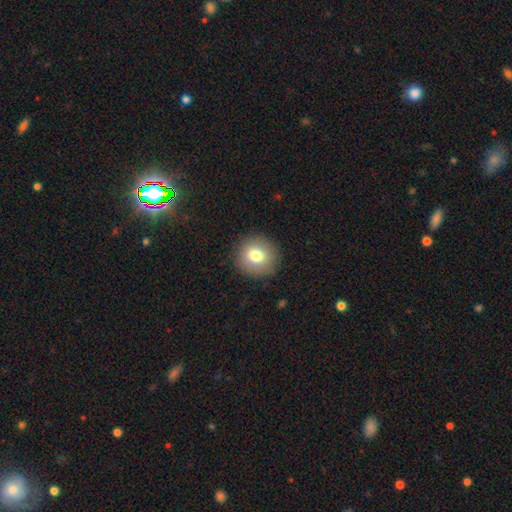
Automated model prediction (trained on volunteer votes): smooth-or-featured: smooth: 78% | featured or disk: 13% | star or artifact: 10%
  how-rounded: round: 90% | in between: 9% | cigar-shaped: 1%
  merging: none: 89% | minor disturbance: 7% | major disturbance: 3% | merger: 1%